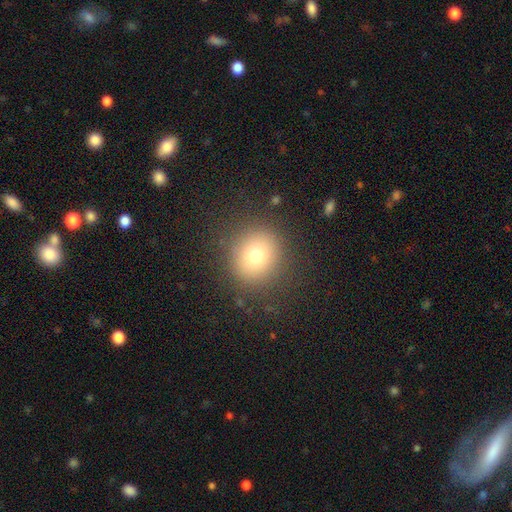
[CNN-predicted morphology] smooth 74%, star or artifact 15%, featured or disk 12%. Down the decision tree: how rounded — round (87%); merging — none (86%).